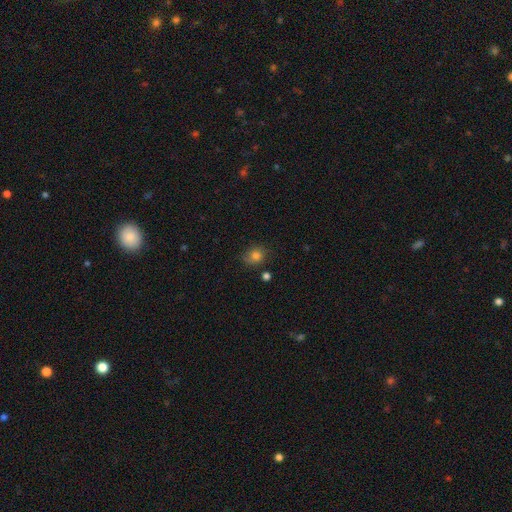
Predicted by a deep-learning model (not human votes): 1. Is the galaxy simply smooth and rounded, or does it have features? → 76% smooth, 14% star or artifact, 10% featured or disk.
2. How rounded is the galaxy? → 63% round, 36% in between, 1% cigar-shaped.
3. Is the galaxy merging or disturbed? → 71% none, 20% minor disturbance, 5% major disturbance, 3% merger.